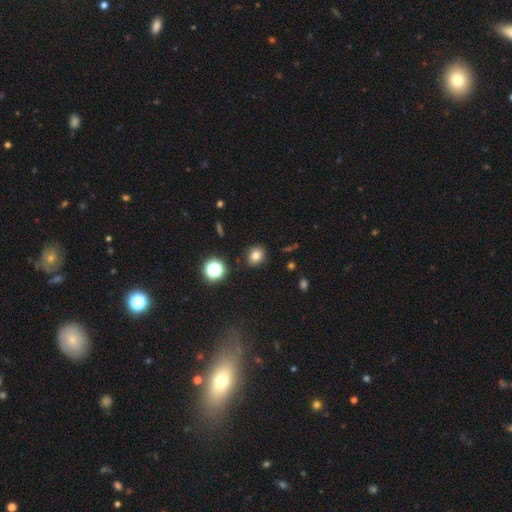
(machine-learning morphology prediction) Q: Smooth or featured?
A: smooth (78%); runner-up: star or artifact (14%)
Q: How rounded?
A: round (62%); runner-up: in between (37%)
Q: Merging?
A: none (87%); runner-up: minor disturbance (9%)